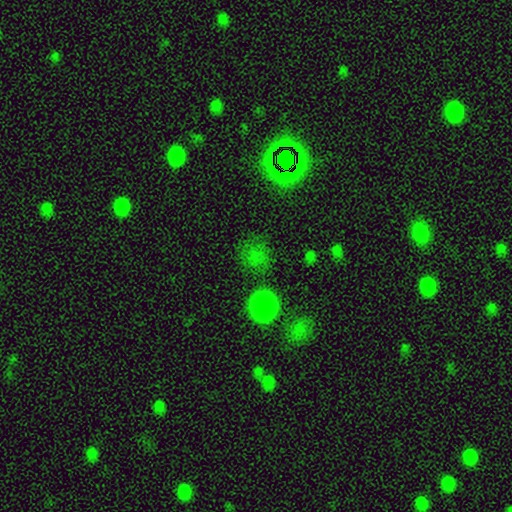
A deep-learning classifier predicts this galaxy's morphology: A smooth galaxy with no disk features (59%) that is round (76%).

Vote fractions:
- Smooth or featured? smooth: 59% / star or artifact: 34% / featured or disk: 7%
- How rounded? round: 76% / in between: 22% / cigar-shaped: 2%
- Merging? none: 75% / minor disturbance: 13% / major disturbance: 8% / merger: 4%